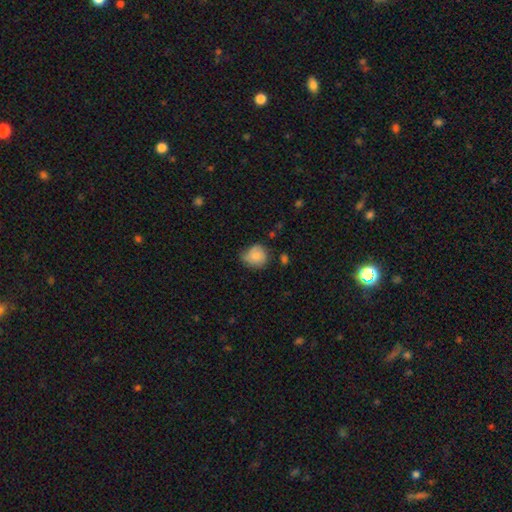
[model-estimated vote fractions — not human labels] Smooth or featured? smooth (72%)
How rounded? round (76%)
Merging? none (53%)